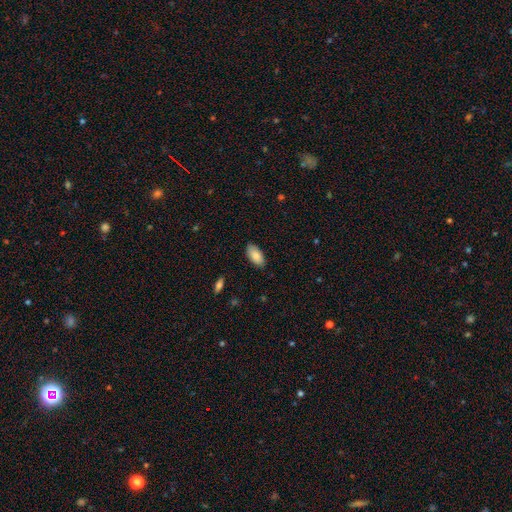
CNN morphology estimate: This is clearly a smooth galaxy (88%). How rounded: clearly in between (94%). Merging: clearly none (85%).